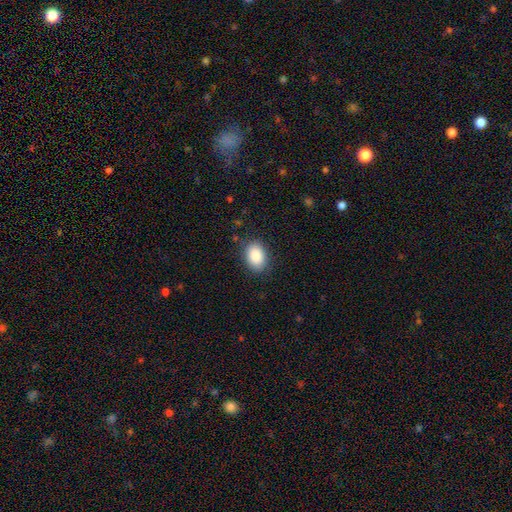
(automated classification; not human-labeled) smooth-or-featured: smooth: 88% | star or artifact: 7% | featured or disk: 5%
  how-rounded: in between: 83% | round: 16% | cigar-shaped: 1%
  merging: none: 84% | minor disturbance: 12% | major disturbance: 3% | merger: 1%